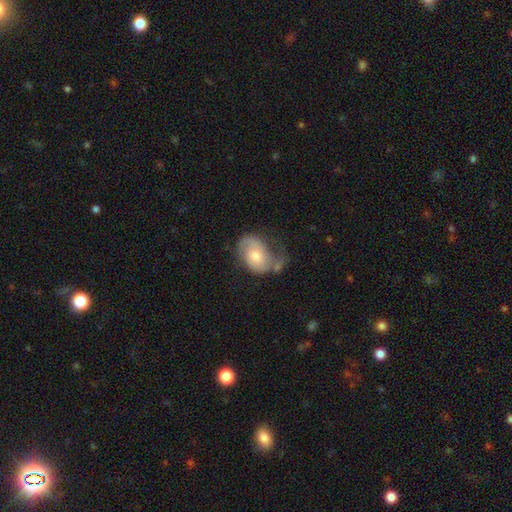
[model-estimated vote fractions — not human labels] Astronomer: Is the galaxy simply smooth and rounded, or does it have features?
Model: featured or disk — 49% (runner-up: smooth, 44%).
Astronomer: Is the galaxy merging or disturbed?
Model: none — 36% (runner-up: minor disturbance, 28%).